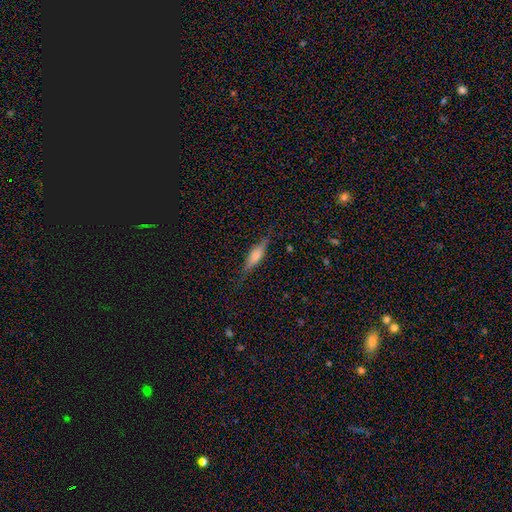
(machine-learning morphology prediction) Smooth or featured: smooth — 49% (featured or disk — 43%)
Merging: none — 79% (minor disturbance — 16%)